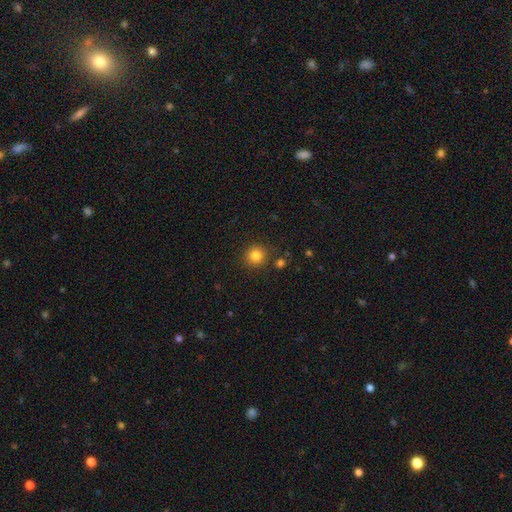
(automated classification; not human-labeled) Smooth or featured: smooth — 82% (star or artifact — 13%)
How rounded: round — 94% (in between — 6%)
Merging: none — 86% (minor disturbance — 7%)